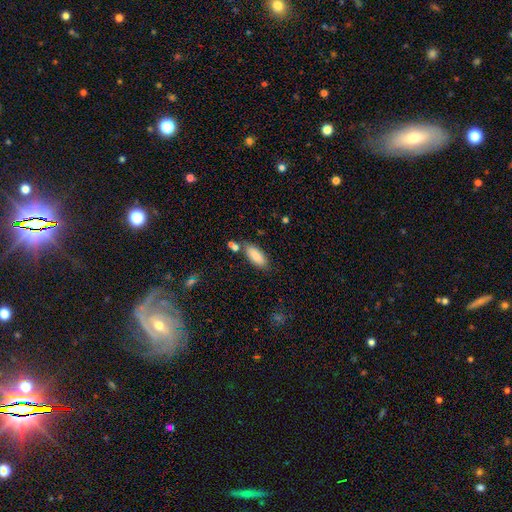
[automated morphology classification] smooth-or-featured: smooth: 86% | featured or disk: 7% | star or artifact: 6%
  how-rounded: in between: 80% | cigar-shaped: 18% | round: 2%
  merging: none: 74% | minor disturbance: 14% | merger: 9% | major disturbance: 3%